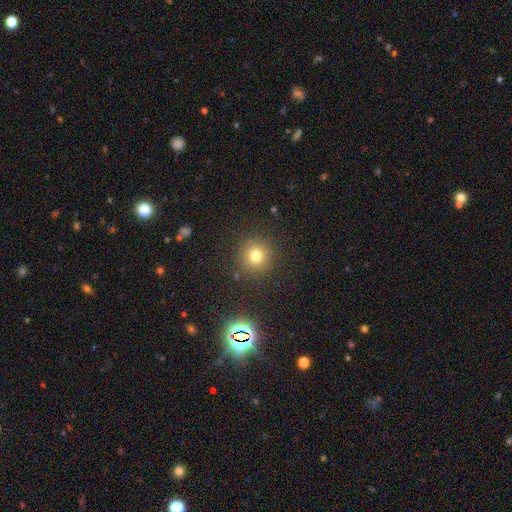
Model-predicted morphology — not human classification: The model was most divided on "smooth or featured": smooth: 74%, star or artifact: 18%, featured or disk: 8%. More confident: how rounded — round (94%); merging — none (88%).